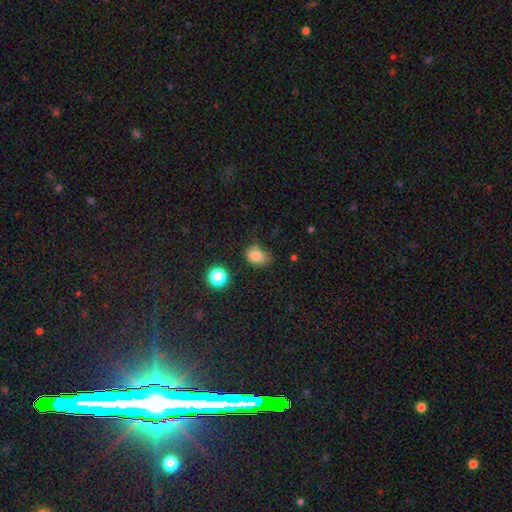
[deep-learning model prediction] Smooth or featured: smooth — 81% (star or artifact — 12%)
How rounded: in between — 63% (round — 35%)
Merging: none — 49% (minor disturbance — 35%)